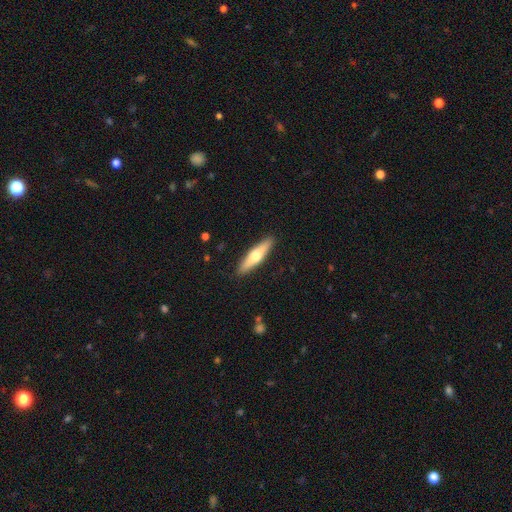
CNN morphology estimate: Smooth or featured? smooth (50%)
How rounded? cigar-shaped (75%)
Merging? none (90%)